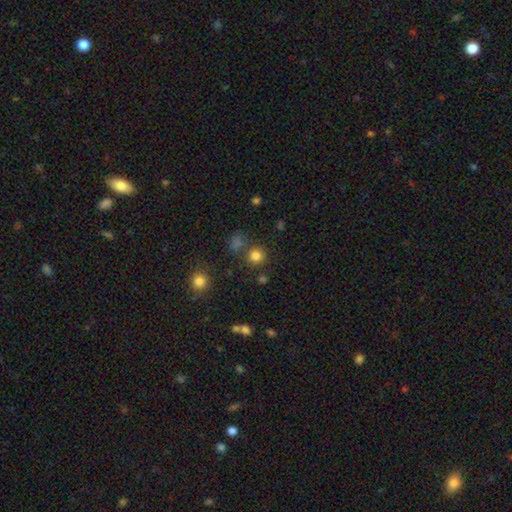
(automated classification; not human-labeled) This appears to be a smooth galaxy with no disk features (80%) that is round (91%). Merging: none (78%).